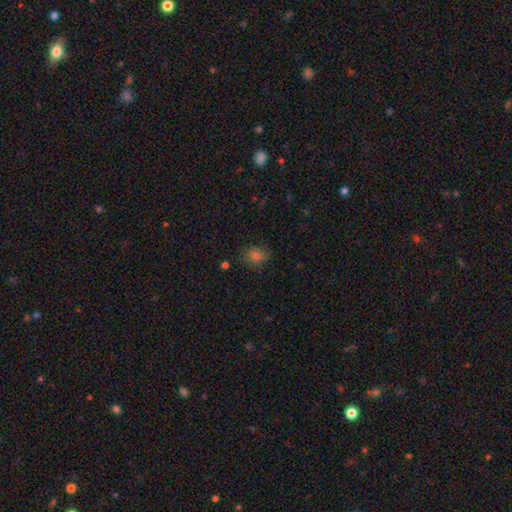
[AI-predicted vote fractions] Overall: smooth (73%). How rounded: round (64%; in between 35%). Merging: none (80%).